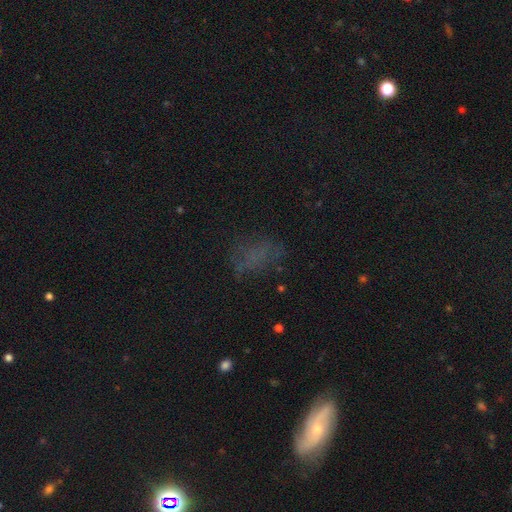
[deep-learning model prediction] A smooth galaxy with no disk features (45%).

Vote fractions:
- Smooth or featured? smooth: 45% / star or artifact: 31% / featured or disk: 24%
- Merging? none: 59% / minor disturbance: 20% / major disturbance: 18% / merger: 3%